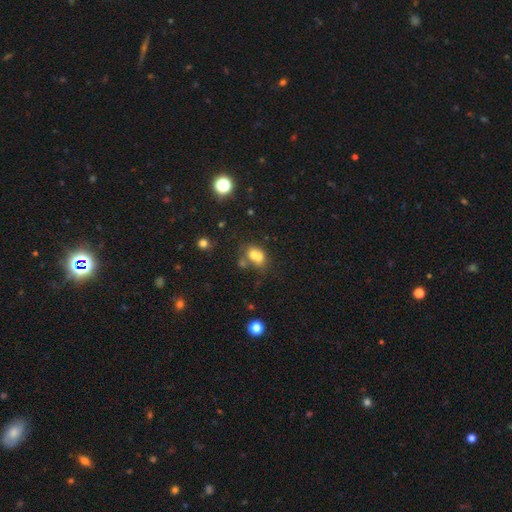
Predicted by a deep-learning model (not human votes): A smooth galaxy with no disk features (65%) that is in between round and cigar-shaped (52%). Merging: merger (61%).